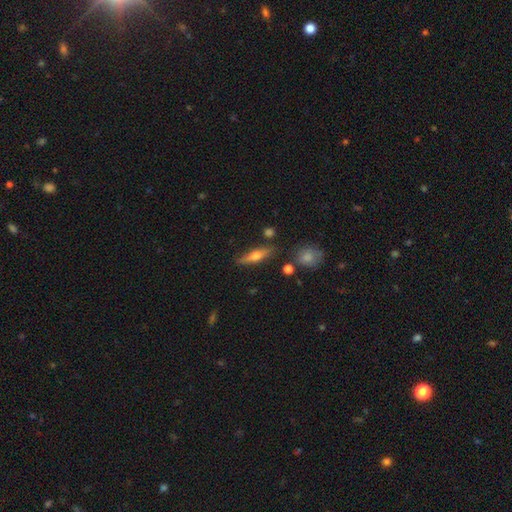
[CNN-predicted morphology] A featured or disk galaxy (50%) viewed edge-on (92%). Merging: none (81%).